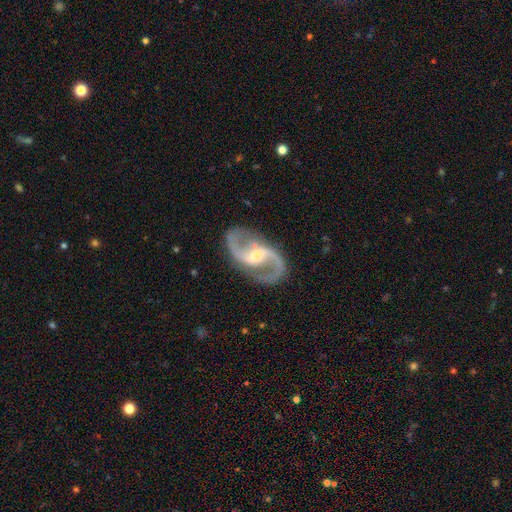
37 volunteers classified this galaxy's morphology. This is clearly a featured or disk galaxy (84%). It is clearly not viewed edge-on (97%). Bar: marginally strong (40%, tied with weak). Spiral arm pattern: clearly yes (100%). Spiral arm count: clearly 2 (97%). Spiral winding: likely medium (63%). Central bulge: likely small (60%). Merging: clearly none (91%).